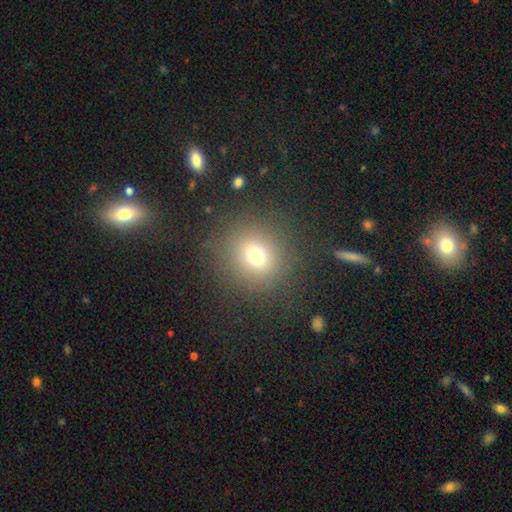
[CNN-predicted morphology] smooth_or_featured: smooth (p=0.70) [alt: star or artifact p=0.20]
how_rounded: round (p=0.88) [alt: in between p=0.11]
merging: none (p=0.84) [alt: minor disturbance p=0.08]